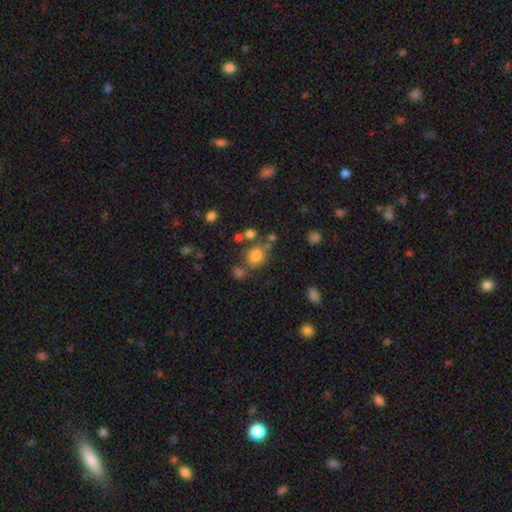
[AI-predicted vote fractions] smooth 78%, star or artifact 14%, featured or disk 8%. Down the decision tree: how rounded — round (68%); merging — none (61%).